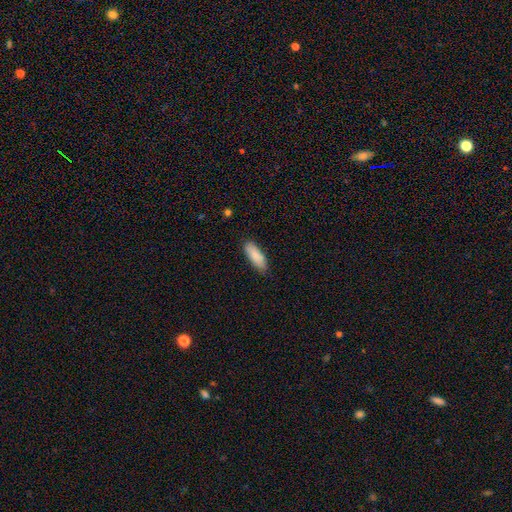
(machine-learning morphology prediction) A smooth galaxy with no disk features (87%) that is in between round and cigar-shaped (64%).

Vote fractions:
- Smooth or featured? smooth: 87% / featured or disk: 8% / star or artifact: 6%
- How rounded? in between: 64% / cigar-shaped: 34% / round: 2%
- Merging? none: 84% / minor disturbance: 13% / major disturbance: 2% / merger: 1%